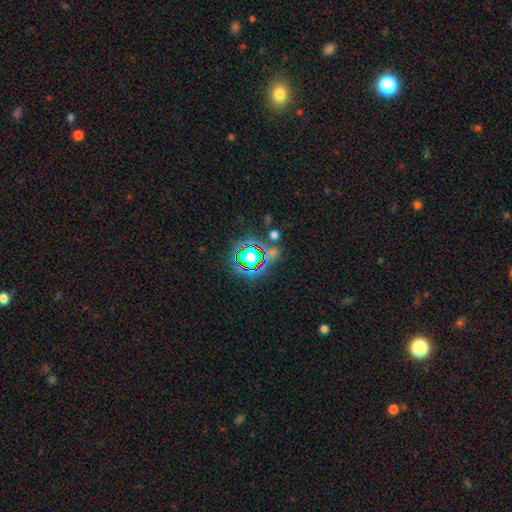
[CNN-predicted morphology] Overall: star or artifact (78%).